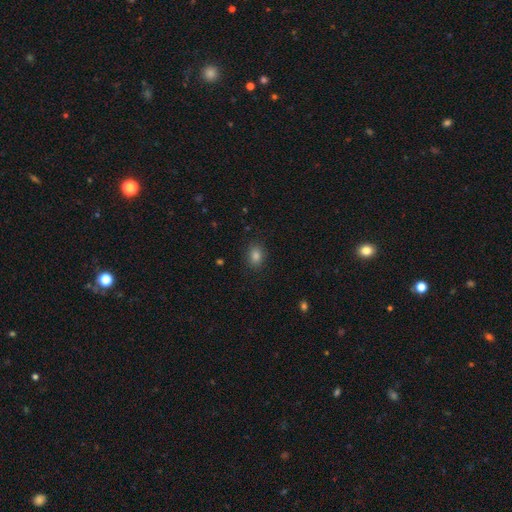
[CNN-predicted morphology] Smooth or featured? Predicted: smooth (p=0.81). How rounded? Predicted: in between (p=0.61). Merging? Predicted: none (p=0.88).